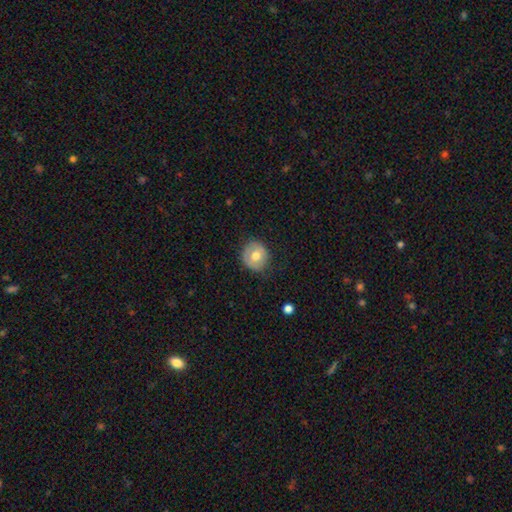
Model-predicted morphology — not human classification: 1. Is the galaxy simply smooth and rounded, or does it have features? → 63% smooth, 30% featured or disk, 7% star or artifact.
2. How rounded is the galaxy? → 85% round, 14% in between, 1% cigar-shaped.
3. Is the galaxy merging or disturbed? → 77% none, 18% minor disturbance, 4% major disturbance, 1% merger.